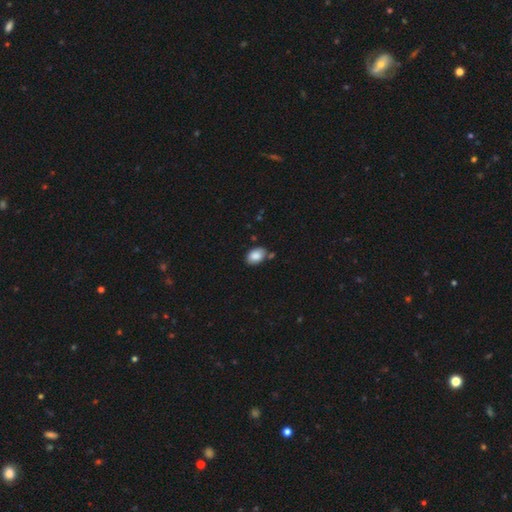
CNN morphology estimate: A smooth galaxy with no disk features (86%) that is in between round and cigar-shaped (85%). Merging: none (73%).